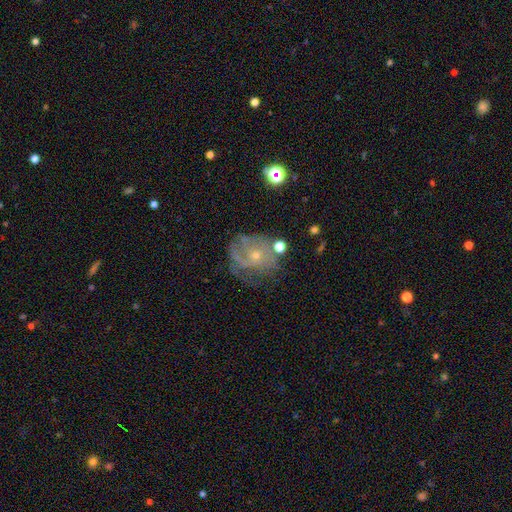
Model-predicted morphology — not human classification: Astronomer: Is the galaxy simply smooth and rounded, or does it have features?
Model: featured or disk — 69%.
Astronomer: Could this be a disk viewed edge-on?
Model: no — 97%.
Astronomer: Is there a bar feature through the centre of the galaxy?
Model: no — 80%.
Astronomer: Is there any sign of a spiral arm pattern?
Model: yes — 79%.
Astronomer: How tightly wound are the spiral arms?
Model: tight — 48% (runner-up: medium, 35%).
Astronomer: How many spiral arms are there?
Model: can't tell — 46%.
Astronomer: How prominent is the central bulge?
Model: small — 74%.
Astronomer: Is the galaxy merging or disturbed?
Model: none — 50%.